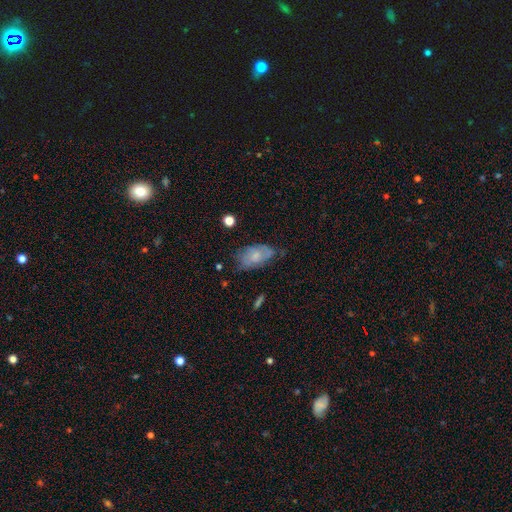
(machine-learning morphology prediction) Q: Smooth or featured?
A: smooth (60%); runner-up: featured or disk (32%)
Q: How rounded?
A: in between (92%); runner-up: round (5%)
Q: Merging?
A: none (51%); runner-up: minor disturbance (35%)